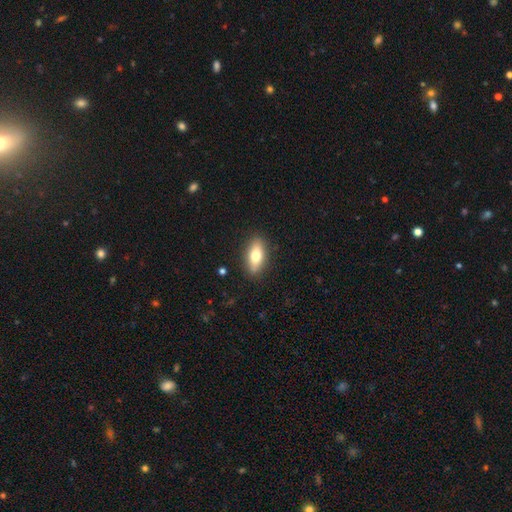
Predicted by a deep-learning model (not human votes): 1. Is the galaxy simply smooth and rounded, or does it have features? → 70% smooth, 23% featured or disk, 7% star or artifact.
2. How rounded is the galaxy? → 79% in between, 18% cigar-shaped, 4% round.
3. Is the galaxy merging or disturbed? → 87% none, 9% minor disturbance, 2% major disturbance, 1% merger.